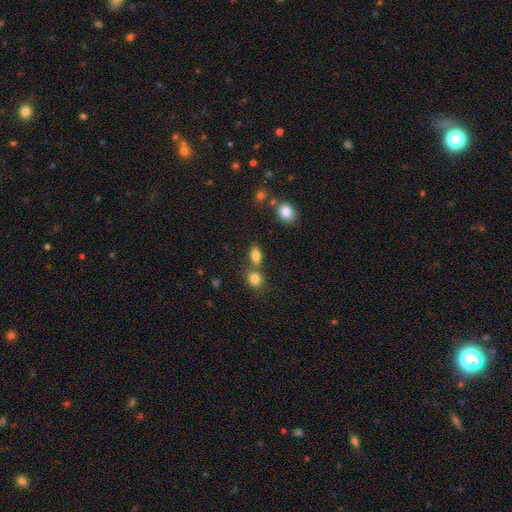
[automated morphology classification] Smooth or featured: smooth — 81% (star or artifact — 10%)
How rounded: in between — 80% (round — 15%)
Merging: none — 55% (merger — 31%)